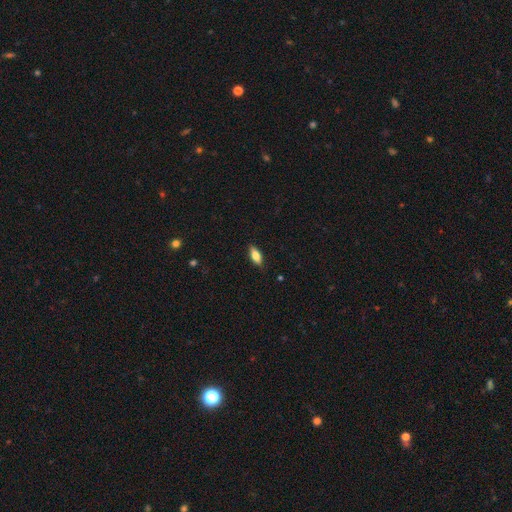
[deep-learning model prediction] A smooth galaxy with no disk features (72%) that is in between round and cigar-shaped (77%). Merging: none (84%).